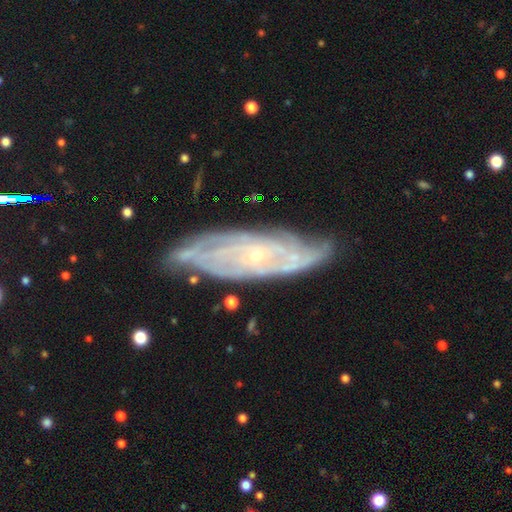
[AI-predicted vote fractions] Morphology: type=featured or disk (85%); edge-on=no (84%); bar=no (71%); spiral arms=yes (94%); winding=tight (73%); arm count=can't tell (41%); bulge=small (85%); merging=none (75%).